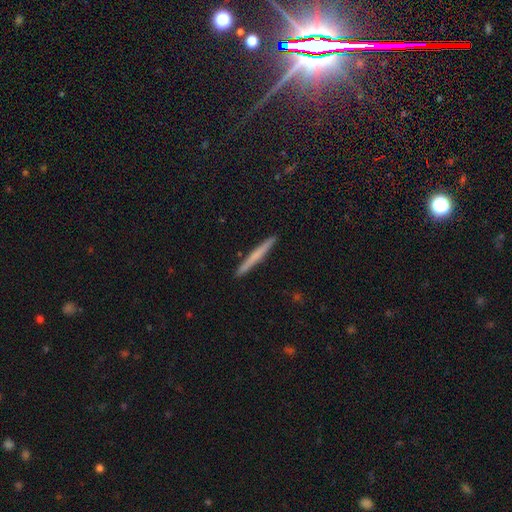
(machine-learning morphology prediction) Smooth or featured? smooth (59%)
How rounded? cigar-shaped (97%)
Merging? none (93%)